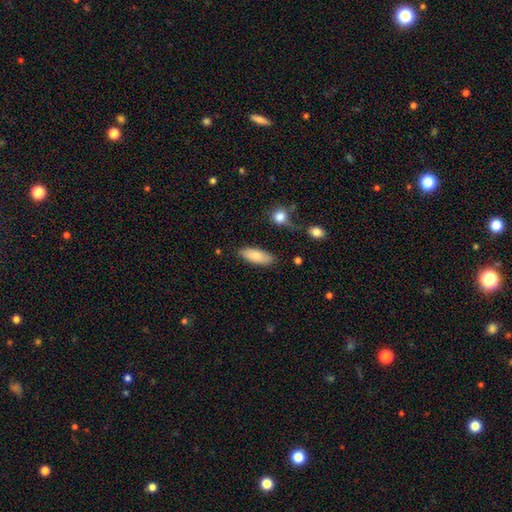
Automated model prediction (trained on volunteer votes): smooth-or-featured: smooth: 84% | featured or disk: 10% | star or artifact: 6%
  how-rounded: in between: 79% | cigar-shaped: 19% | round: 2%
  merging: none: 82% | minor disturbance: 12% | merger: 3% | major disturbance: 3%